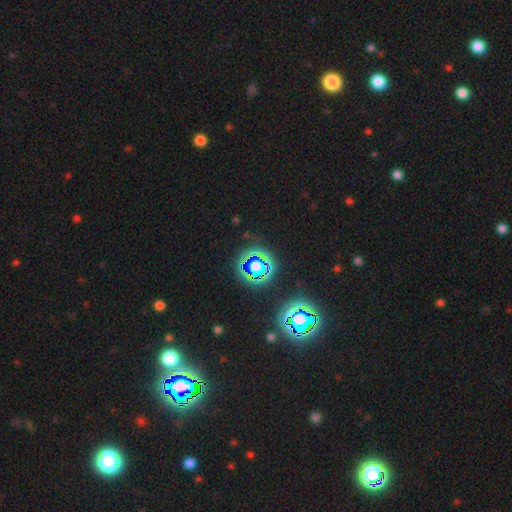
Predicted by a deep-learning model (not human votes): A star or artifact, not a galaxy (78%).